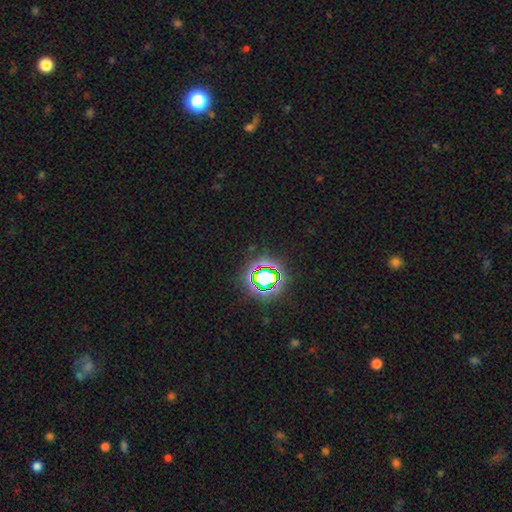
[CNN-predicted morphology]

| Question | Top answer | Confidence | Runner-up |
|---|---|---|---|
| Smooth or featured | star or artifact | 79% | smooth (14%) |